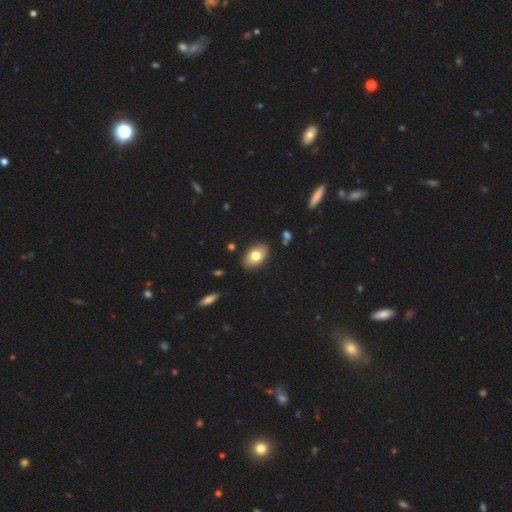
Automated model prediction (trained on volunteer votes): The model was most divided on "smooth or featured": smooth: 75%, featured or disk: 17%, star or artifact: 8%. More confident: how rounded — in between (90%); merging — none (86%).